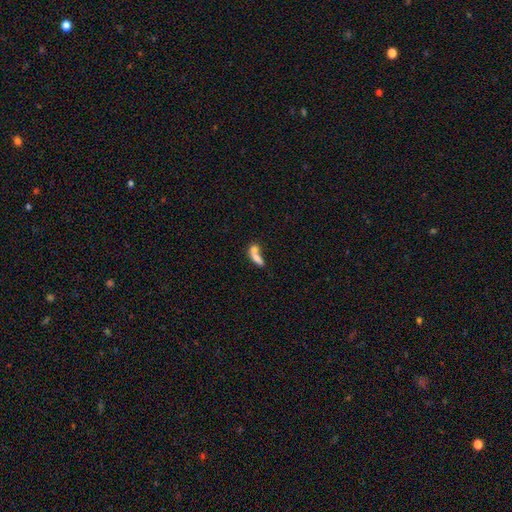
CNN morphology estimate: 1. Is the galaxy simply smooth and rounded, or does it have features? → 71% smooth, 19% featured or disk, 10% star or artifact.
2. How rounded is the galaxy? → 60% in between, 31% cigar-shaped, 9% round.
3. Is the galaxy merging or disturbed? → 62% merger, 22% none, 8% minor disturbance, 7% major disturbance.